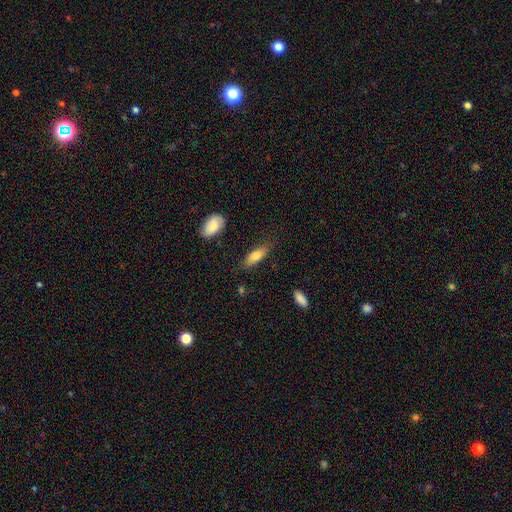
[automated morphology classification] The model was most divided on "how rounded": in between: 67%, cigar-shaped: 30%, round: 2%. More confident: smooth or featured — smooth (78%); merging — none (75%).